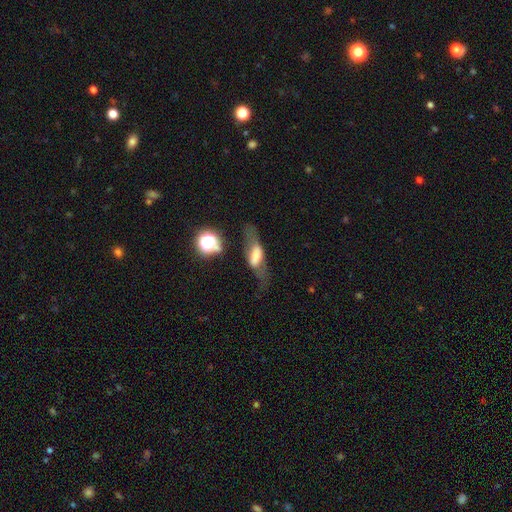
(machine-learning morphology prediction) smooth_or_featured: featured or disk (p=0.47) [alt: smooth p=0.42]
merging: none (p=0.52) [alt: major disturbance p=0.22]